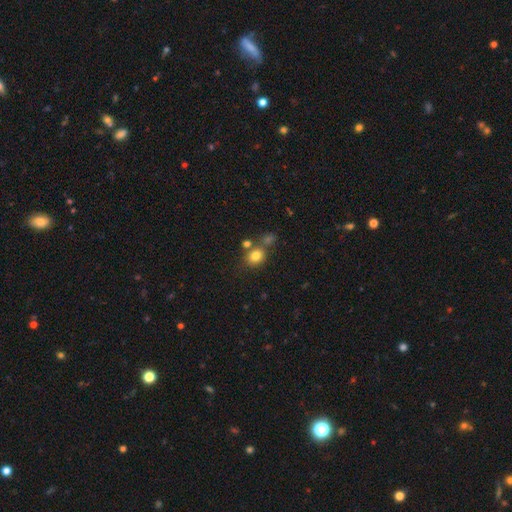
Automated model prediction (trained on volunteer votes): smooth_or_featured: smooth (p=0.80) [alt: star or artifact p=0.12]
how_rounded: round (p=0.63) [alt: in between p=0.36]
merging: none (p=0.64) [alt: merger p=0.19]